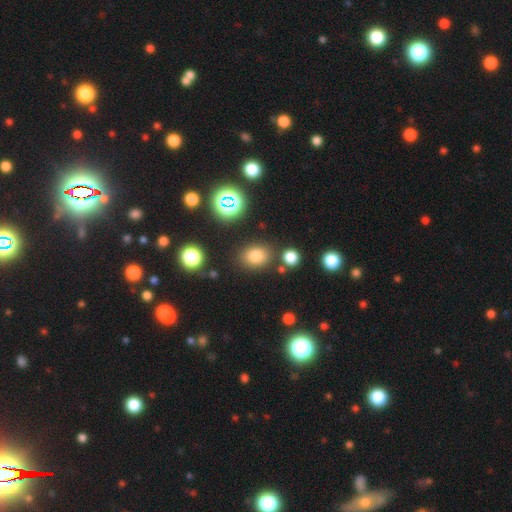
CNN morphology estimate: This is likely a smooth galaxy (77%). How rounded: possibly in between (56%). Merging: likely none (79%).